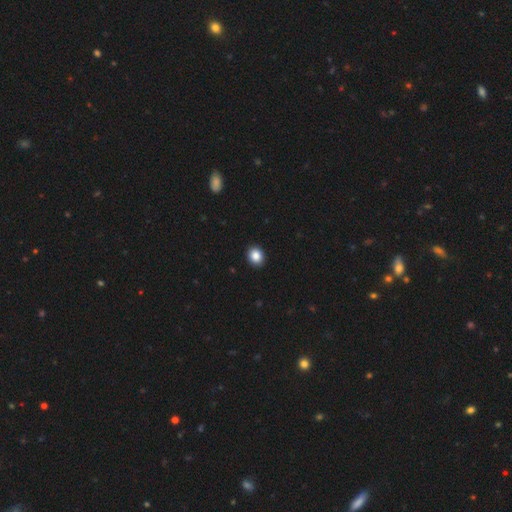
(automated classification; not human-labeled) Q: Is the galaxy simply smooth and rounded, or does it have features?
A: smooth — 87%.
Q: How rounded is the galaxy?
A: round — 64%.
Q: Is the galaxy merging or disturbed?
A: none — 92%.